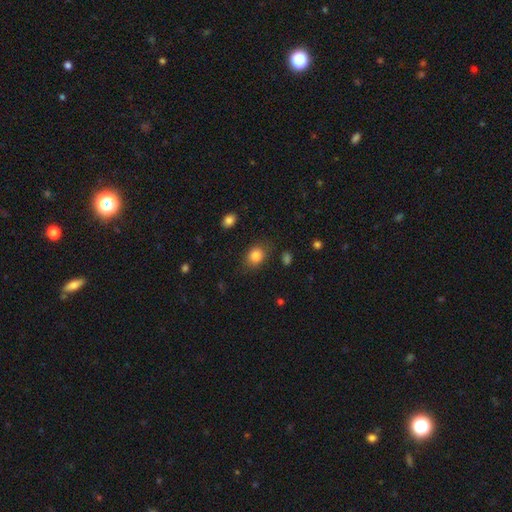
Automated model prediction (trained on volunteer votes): A smooth galaxy with no disk features (83%) that is in between round and cigar-shaped (54%). Merging: none (77%).